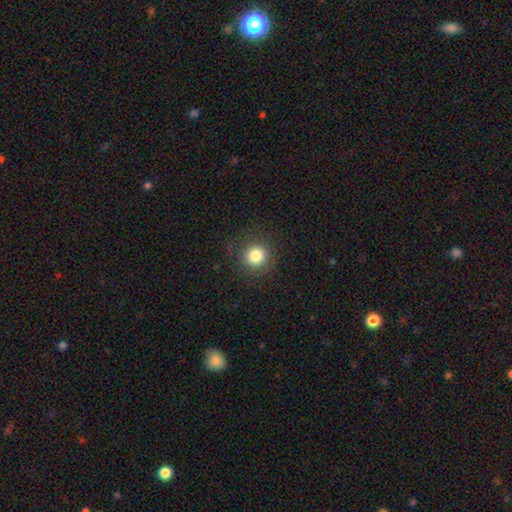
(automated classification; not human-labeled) Smooth or featured? Predicted: smooth (p=0.82). How rounded? Predicted: round (p=0.95). Merging? Predicted: none (p=0.89).